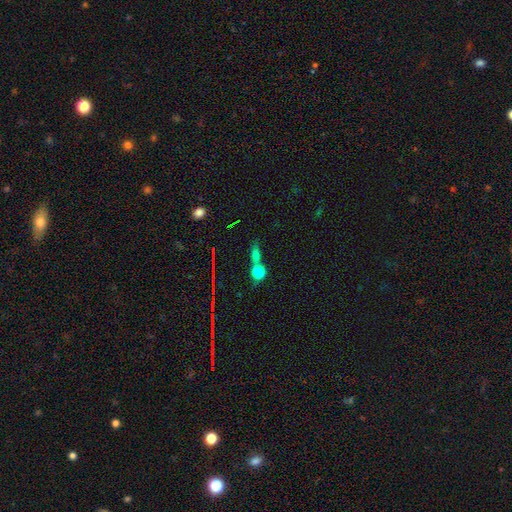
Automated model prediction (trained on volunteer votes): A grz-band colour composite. It shows a smooth galaxy with no disk features (65%) that is round (51%). Merging: merger (44%).